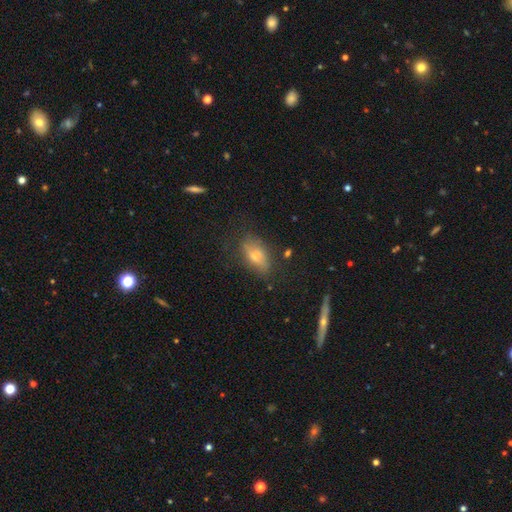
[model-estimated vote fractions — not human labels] Morphology: type=smooth (66%); roundness=in between (83%); merging=none (68%).